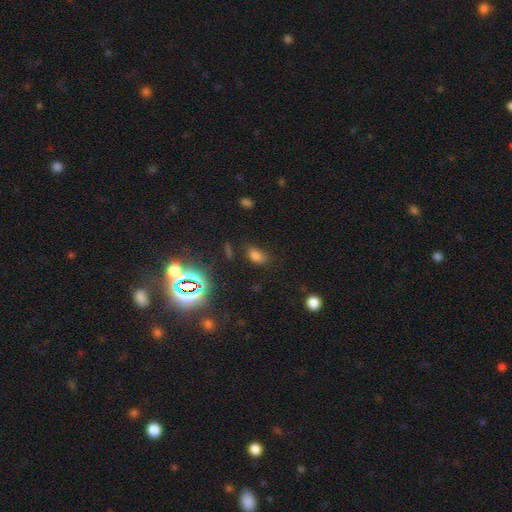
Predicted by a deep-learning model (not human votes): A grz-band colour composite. It shows a smooth galaxy with no disk features (66%) that is in between round and cigar-shaped (88%). Merging: none (74%).